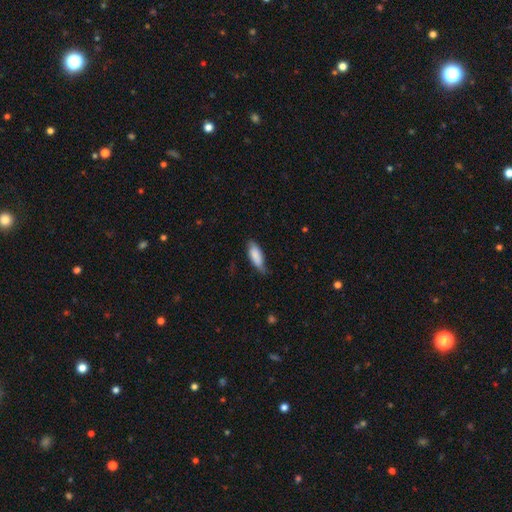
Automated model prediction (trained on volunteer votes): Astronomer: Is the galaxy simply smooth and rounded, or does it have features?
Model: smooth — 83%.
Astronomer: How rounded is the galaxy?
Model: in between — 67%.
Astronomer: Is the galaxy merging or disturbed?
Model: none — 61%.